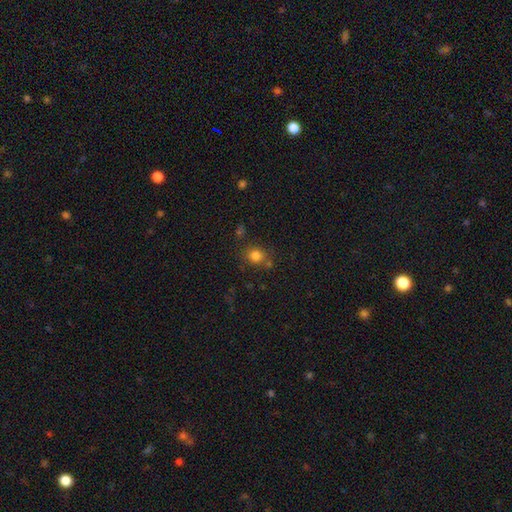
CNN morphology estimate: smooth-or-featured: smooth: 80% | star or artifact: 13% | featured or disk: 7%
  how-rounded: round: 76% | in between: 23% | cigar-shaped: 1%
  merging: none: 71% | minor disturbance: 13% | merger: 11% | major disturbance: 5%